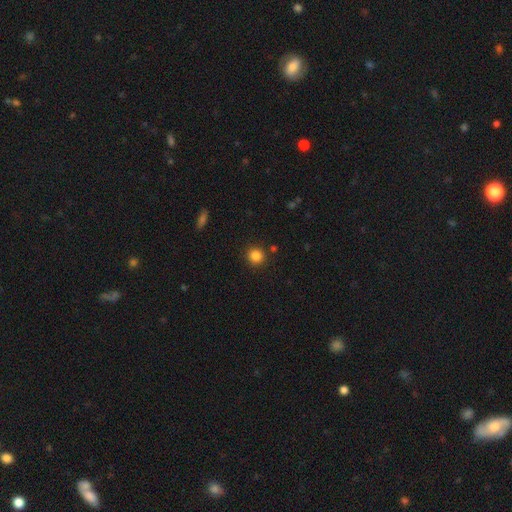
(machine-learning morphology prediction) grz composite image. It shows a smooth galaxy with no disk features (85%) that is round (92%). Merging: none (89%).